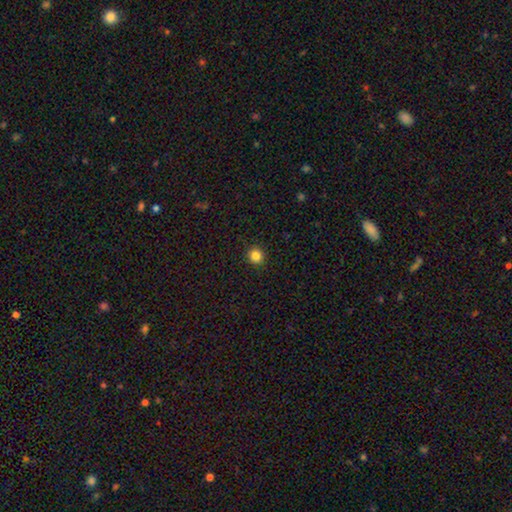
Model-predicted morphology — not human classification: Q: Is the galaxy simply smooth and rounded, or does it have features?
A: smooth — 84%.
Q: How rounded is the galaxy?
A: round — 91%.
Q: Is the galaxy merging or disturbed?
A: none — 92%.